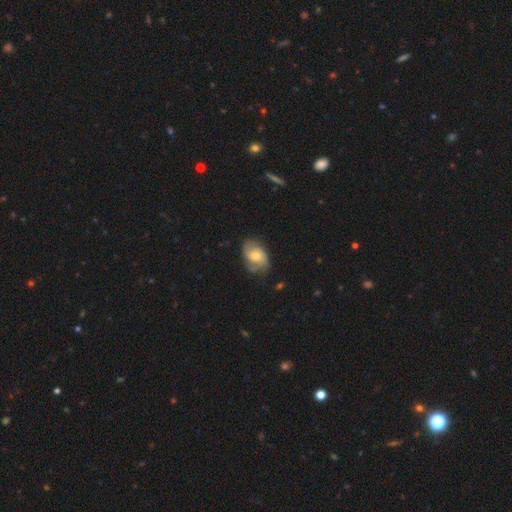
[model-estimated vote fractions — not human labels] smooth_or_featured: featured or disk (p=0.55) [alt: smooth p=0.38]
disk_edge_on: no (p=0.96) [alt: yes p=0.04]
bar: no (p=0.63) [alt: weak p=0.31]
has_spiral_arms: yes (p=0.85) [alt: no p=0.15]
bulge_size: moderate (p=0.59) [alt: small p=0.31]
merging: none (p=0.64) [alt: minor disturbance p=0.26]